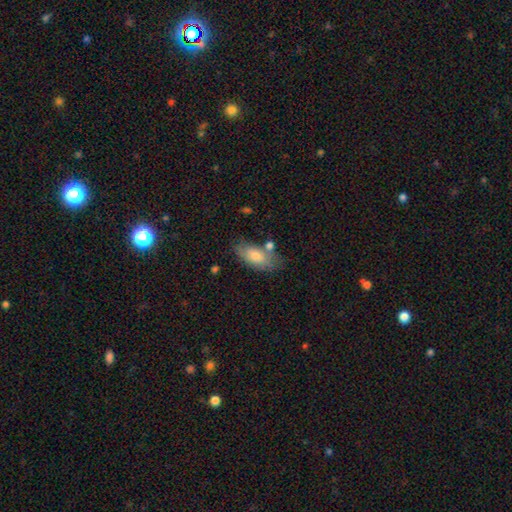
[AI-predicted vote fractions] This is likely a smooth galaxy (74%). How rounded: clearly in between (90%). Merging: possibly none (56%).